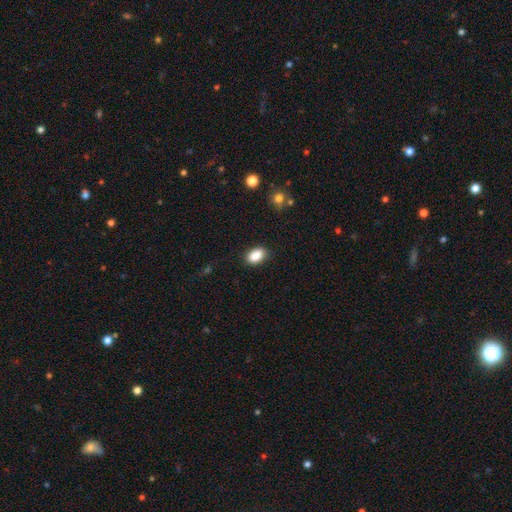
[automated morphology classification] This appears to be a smooth galaxy with no disk features (88%) that is in between round and cigar-shaped (88%). Merging: none (86%).